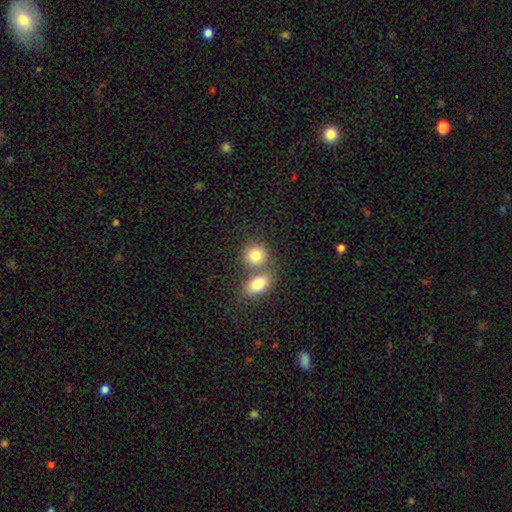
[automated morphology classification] The model was most divided on "merging": none: 45%, merger: 43%, minor disturbance: 8%, major disturbance: 3%. More confident: smooth or featured — smooth (82%); how rounded — round (67%).